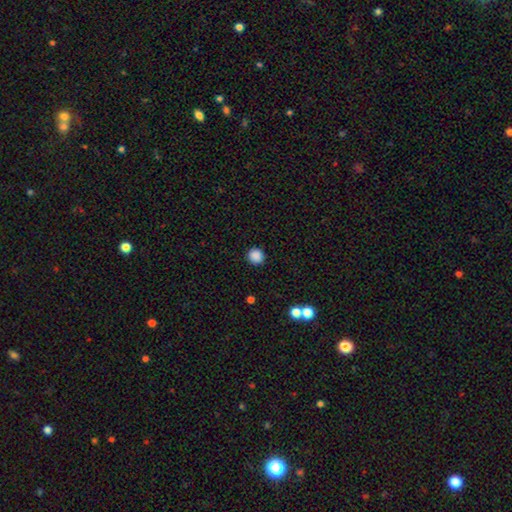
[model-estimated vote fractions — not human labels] A smooth galaxy with no disk features (87%) that is round (91%). Merging: none (91%).